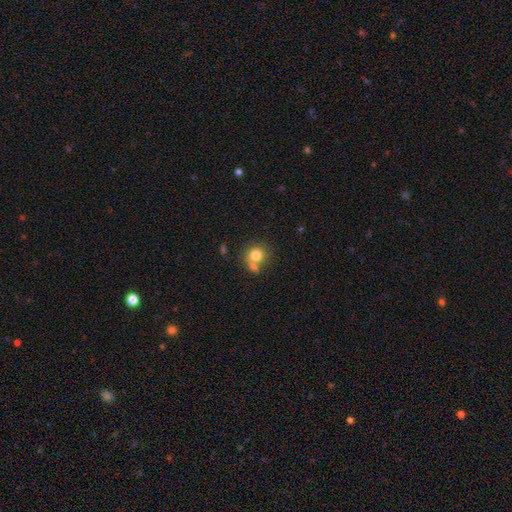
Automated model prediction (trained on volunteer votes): This appears to be a smooth galaxy with no disk features (77%) that is round (83%). Merging: none (47%).